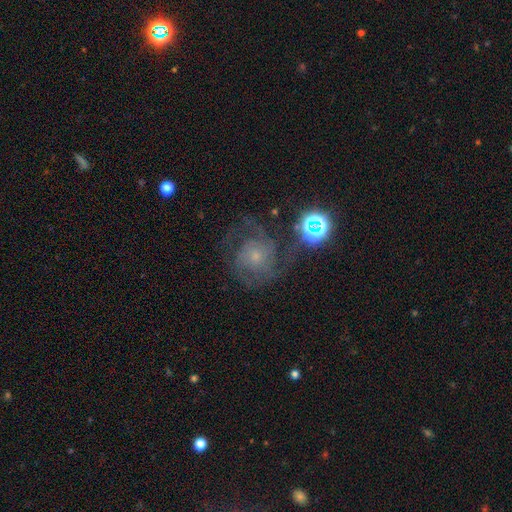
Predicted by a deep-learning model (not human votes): smooth-or-featured: featured or disk: 68% | smooth: 17% | star or artifact: 14%
  disk-edge-on: no: 98% | yes: 2%
    bar: no: 79% | weak: 18% | strong: 3%
    has-spiral-arms: yes: 90% | no: 10%
      spiral-winding: medium: 43% (tied) | tight: 43% (tied) | loose: 14%
      spiral-arm-count: can't tell: 31% | 2: 28% | 3: 22% | 4: 8% | 1: 6% | more than 4: 5%
    bulge-size: small: 71% | moderate: 19% | none: 6% | large: 3% | dominant: 1%
  merging: none: 59% | major disturbance: 20% | minor disturbance: 18% | merger: 3%